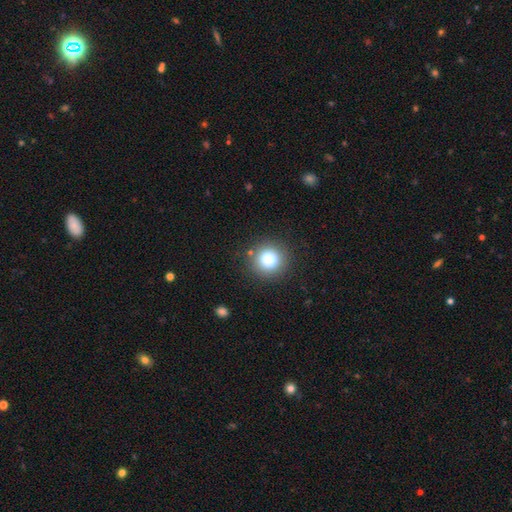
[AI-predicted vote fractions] Overall: smooth (75%). How rounded: round (94%). Merging: none (92%).